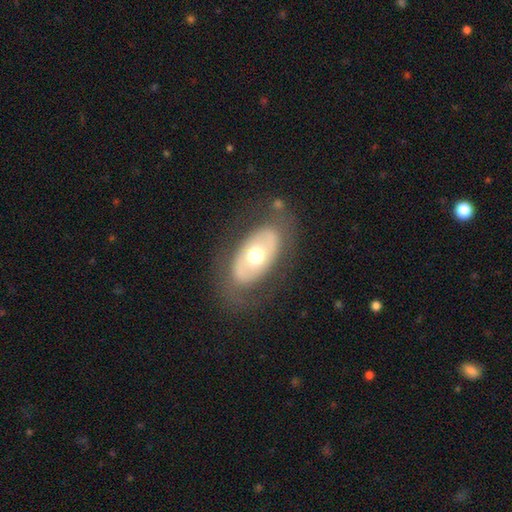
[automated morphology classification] Smooth or featured? Predicted: featured or disk (p=0.49). Merging? Predicted: none (p=0.76).